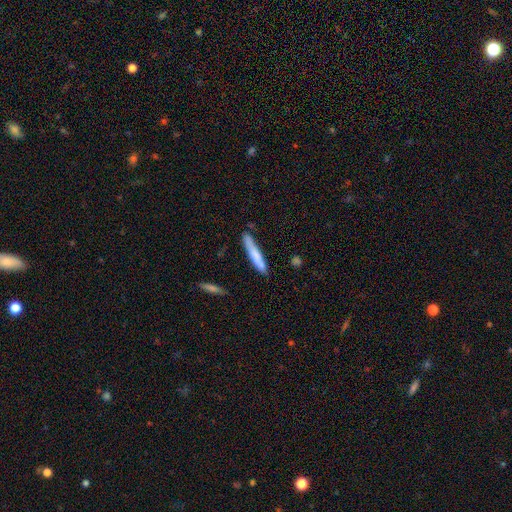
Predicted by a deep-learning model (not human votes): This is likely a smooth galaxy (70%). How rounded: clearly cigar-shaped (93%). Merging: likely none (78%).